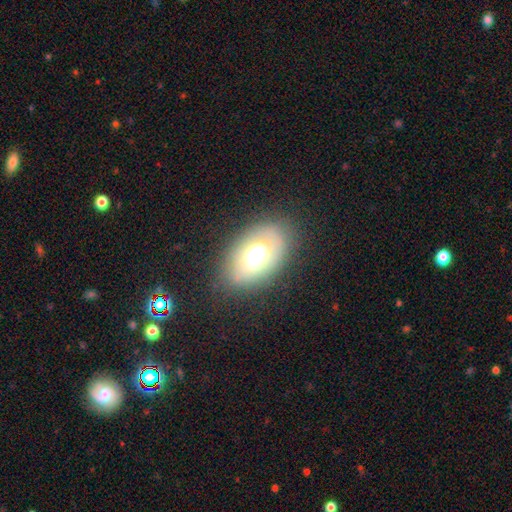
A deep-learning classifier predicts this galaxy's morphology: Smooth or featured: smooth — 58% (featured or disk — 32%)
How rounded: in between — 86% (round — 12%)
Merging: none — 78% (minor disturbance — 15%)